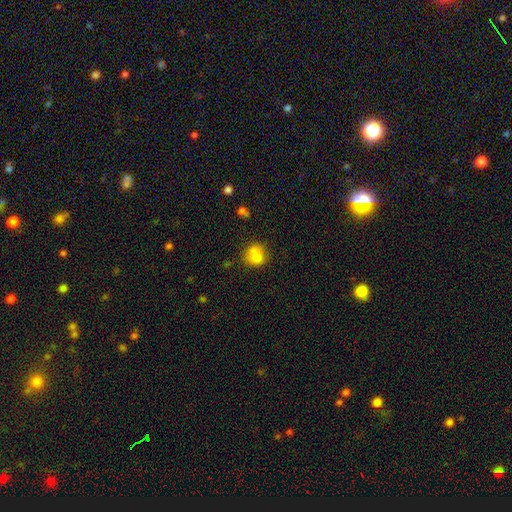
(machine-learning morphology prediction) smooth_or_featured: smooth (p=0.77) [alt: featured or disk p=0.12]
how_rounded: round (p=0.69) [alt: in between p=0.30]
merging: none (p=0.45) [alt: merger p=0.30]